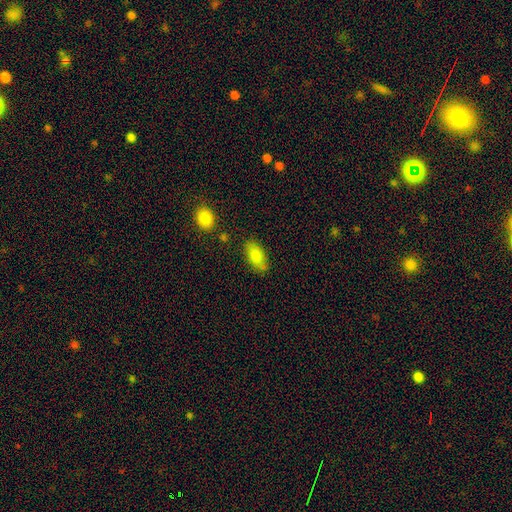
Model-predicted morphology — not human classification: This is clearly a smooth galaxy (81%). How rounded: clearly in between (89%). Merging: likely none (76%).